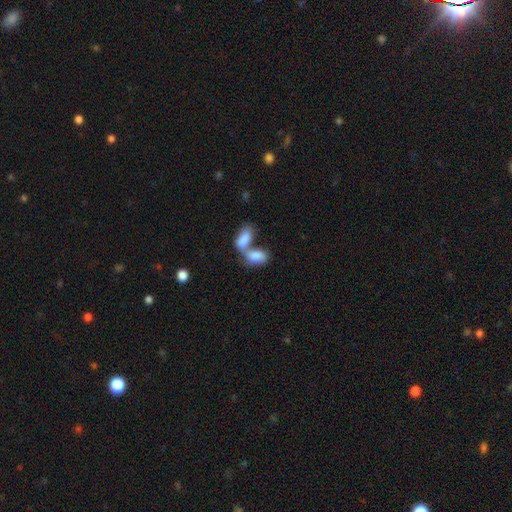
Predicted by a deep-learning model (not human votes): This is clearly a smooth galaxy (83%). How rounded: clearly in between (93%). Merging: likely merger (74%).